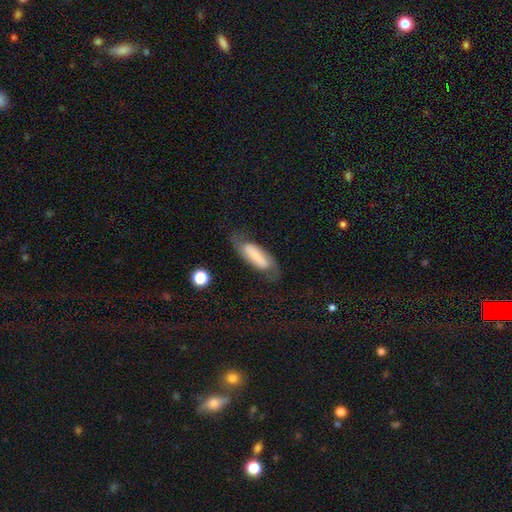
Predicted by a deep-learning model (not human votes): Smooth or featured: featured or disk — 53% (smooth — 39%)
Edge-on disk: no — 85% (yes — 15%)
Merging: none — 65% (minor disturbance — 21%)